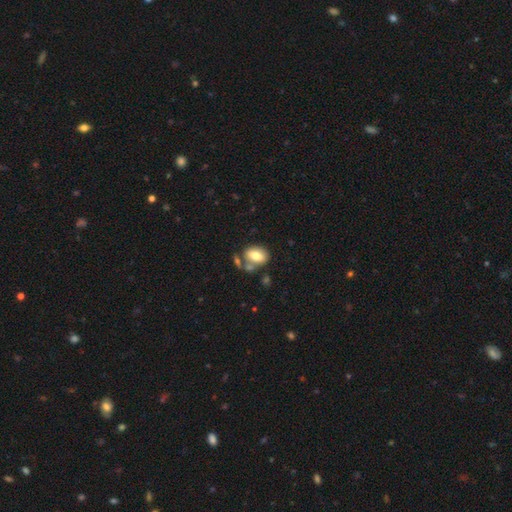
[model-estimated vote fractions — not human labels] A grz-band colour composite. It shows a smooth galaxy with no disk features (74%) that is in between round and cigar-shaped (78%). Merging: none (53%).